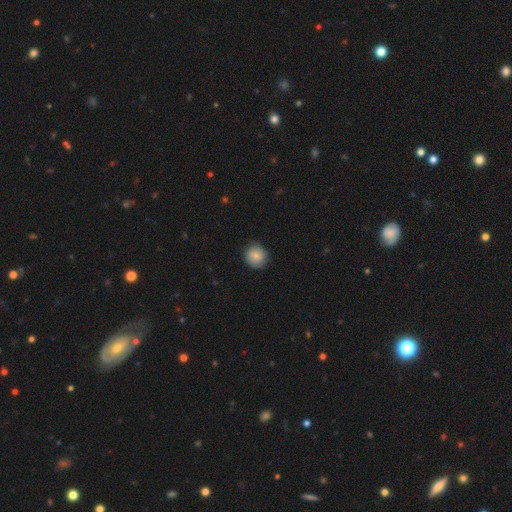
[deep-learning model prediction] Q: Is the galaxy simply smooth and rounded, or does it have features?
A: smooth — 84%.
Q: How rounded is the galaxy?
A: round — 92%.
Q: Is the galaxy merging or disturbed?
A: none — 87%.